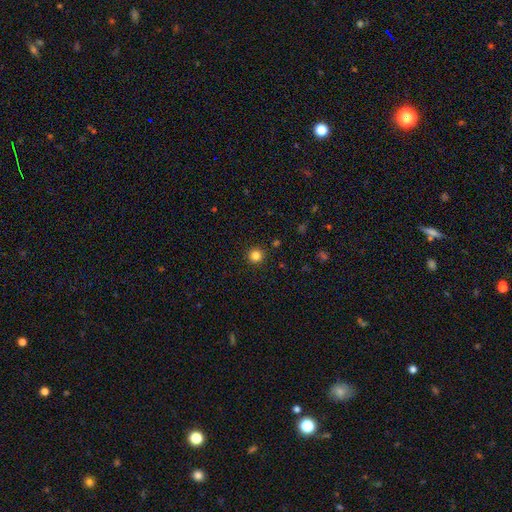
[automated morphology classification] This is clearly a smooth galaxy (83%). How rounded: clearly round (95%). Merging: clearly none (92%).